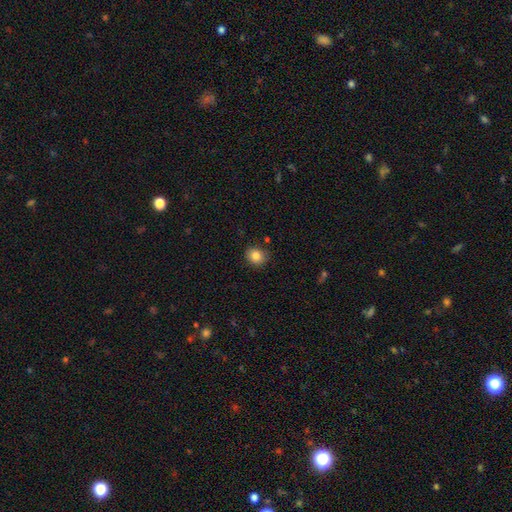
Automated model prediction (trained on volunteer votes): smooth-or-featured: smooth: 85% | star or artifact: 10% | featured or disk: 6%
  how-rounded: round: 75% | in between: 25% | cigar-shaped: 1%
  merging: none: 85% | minor disturbance: 11% | major disturbance: 2% | merger: 2%